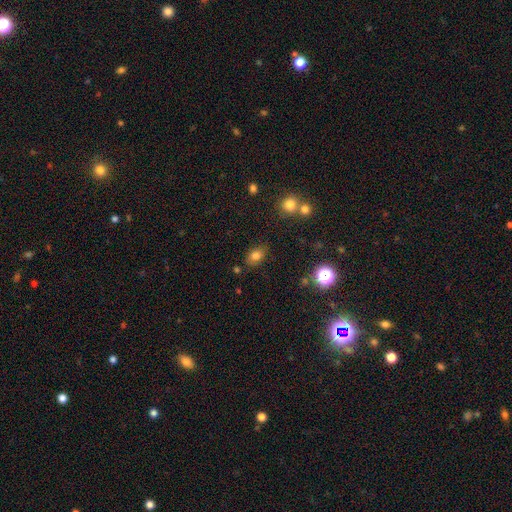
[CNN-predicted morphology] This is likely a smooth galaxy (77%). How rounded: likely in between (80%). Merging: clearly none (80%).